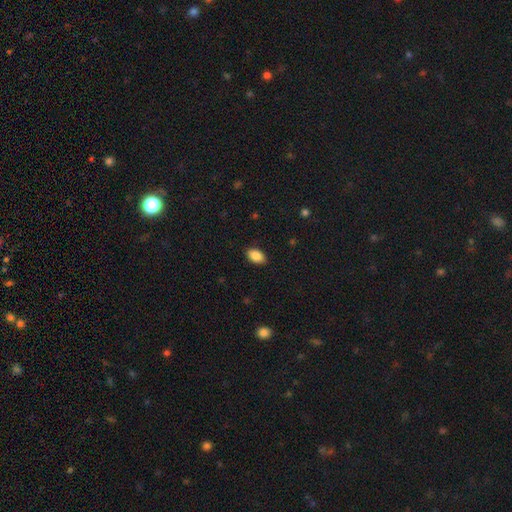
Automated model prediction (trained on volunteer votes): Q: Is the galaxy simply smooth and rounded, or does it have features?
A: smooth — 87%.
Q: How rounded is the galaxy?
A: in between — 91%.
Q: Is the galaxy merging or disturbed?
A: none — 88%.